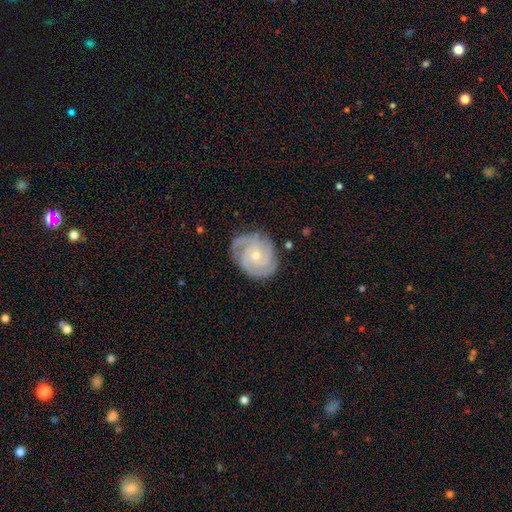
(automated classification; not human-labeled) The model was most divided on "bulge size": small: 57%, moderate: 40%, large: 1%, none: 1%, dominant: 1%. More confident: spiral arms — yes (98%); edge-on disk — no (98%); smooth or featured — featured or disk (89%); merging — none (81%); spiral winding — tight (74%); bar — no (73%); spiral arm count — 3 (53%).